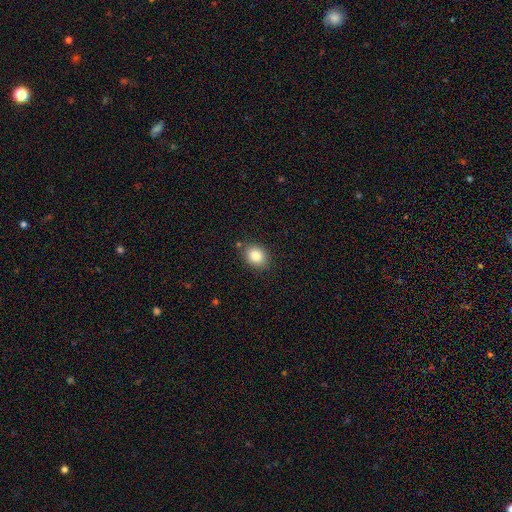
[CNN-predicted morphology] Q: Smooth or featured?
A: smooth (84%); runner-up: star or artifact (9%)
Q: How rounded?
A: in between (57%); runner-up: round (42%)
Q: Merging?
A: none (83%); runner-up: minor disturbance (12%)